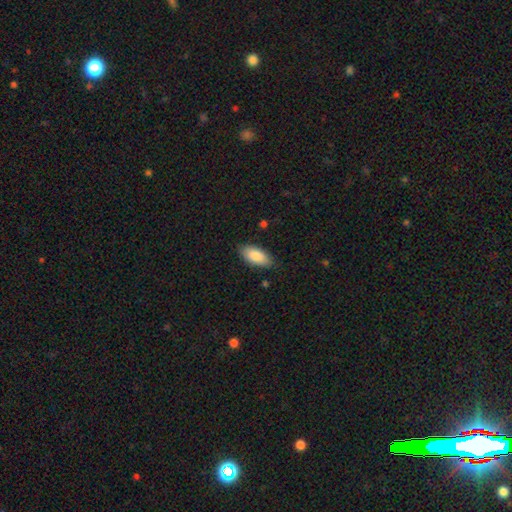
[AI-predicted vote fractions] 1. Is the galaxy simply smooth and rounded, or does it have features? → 86% smooth, 8% featured or disk, 6% star or artifact.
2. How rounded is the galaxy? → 91% in between, 7% cigar-shaped, 2% round.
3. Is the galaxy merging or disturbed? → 82% none, 14% minor disturbance, 3% major disturbance, 1% merger.